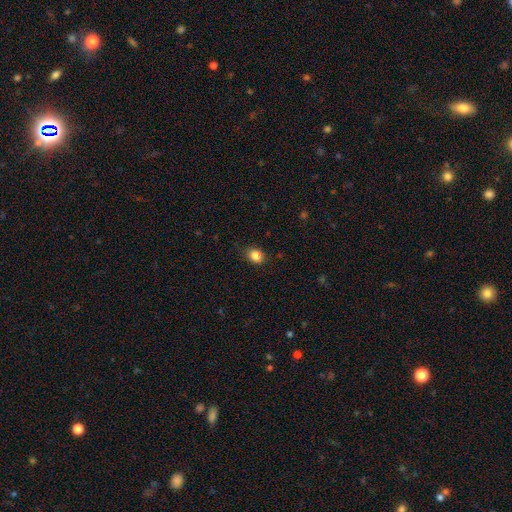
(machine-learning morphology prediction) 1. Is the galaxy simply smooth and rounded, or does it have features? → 85% smooth, 11% star or artifact, 4% featured or disk.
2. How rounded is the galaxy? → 56% round, 43% in between, 1% cigar-shaped.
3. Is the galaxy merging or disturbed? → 81% none, 14% minor disturbance, 3% major disturbance, 2% merger.